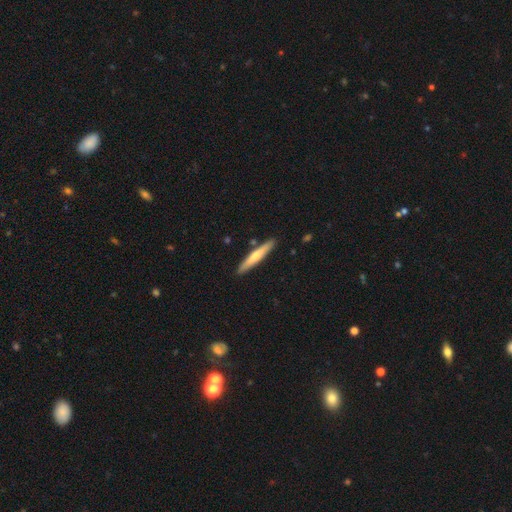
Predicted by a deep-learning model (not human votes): Smooth or featured? smooth (57%)
How rounded? cigar-shaped (93%)
Merging? none (87%)